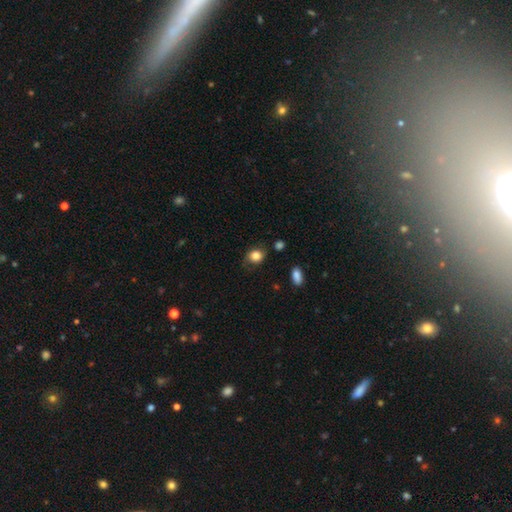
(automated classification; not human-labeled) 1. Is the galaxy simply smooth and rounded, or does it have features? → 82% smooth, 10% featured or disk, 9% star or artifact.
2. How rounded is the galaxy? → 54% round, 45% in between, 1% cigar-shaped.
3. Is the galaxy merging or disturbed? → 64% none, 26% minor disturbance, 8% major disturbance, 2% merger.